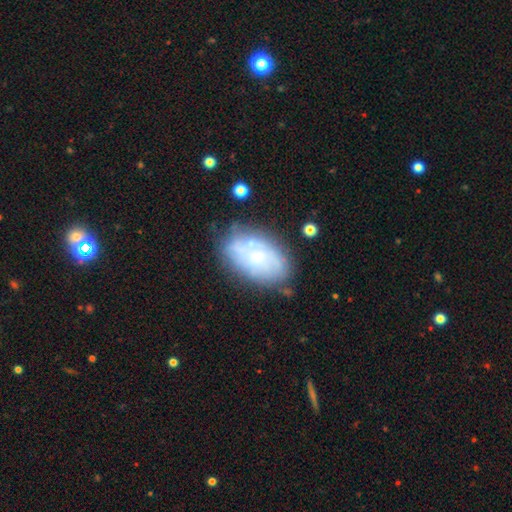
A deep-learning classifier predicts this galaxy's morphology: The model was most divided on "smooth or featured" (2-way tie): featured or disk: 45%, smooth: 45%, star or artifact: 9%. More confident: merging — none (62%).